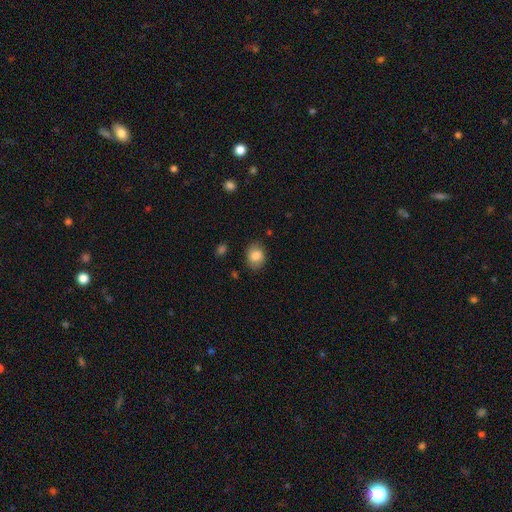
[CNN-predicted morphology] smooth 83%, featured or disk 9%, star or artifact 8%. Down the decision tree: how rounded — in between (56%); merging — none (80%).